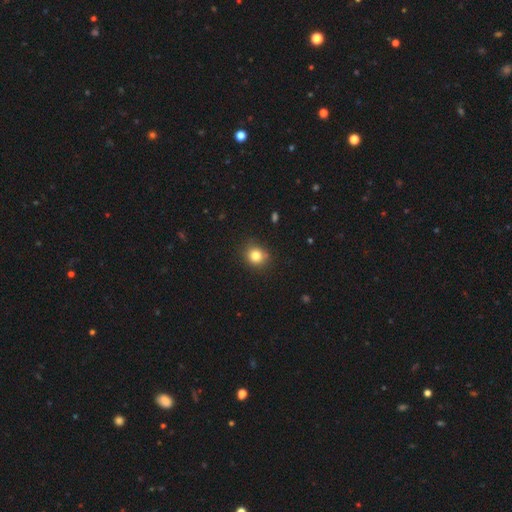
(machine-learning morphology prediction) The model was most divided on "how rounded": round: 80%, in between: 19%, cigar-shaped: 1%. More confident: merging — none (84%); smooth or featured — smooth (81%).